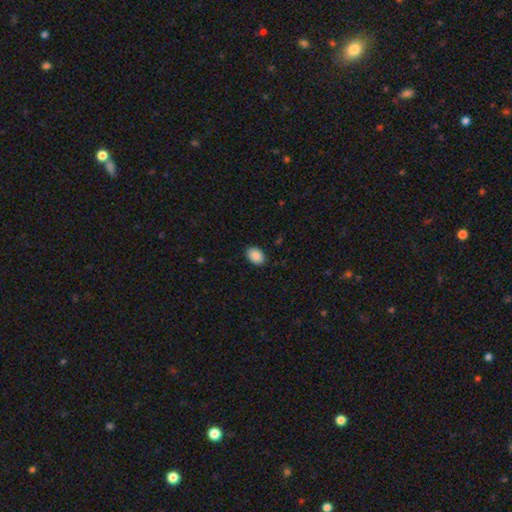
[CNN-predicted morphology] Smooth or featured?
  - smooth: 89% *
  - star or artifact: 7%
  - featured or disk: 4%
How rounded?
  - in between: 81% *
  - round: 18%
  - cigar-shaped: 1%
Merging?
  - none: 89% *
  - minor disturbance: 9%
  - major disturbance: 2%
  - merger: 1%